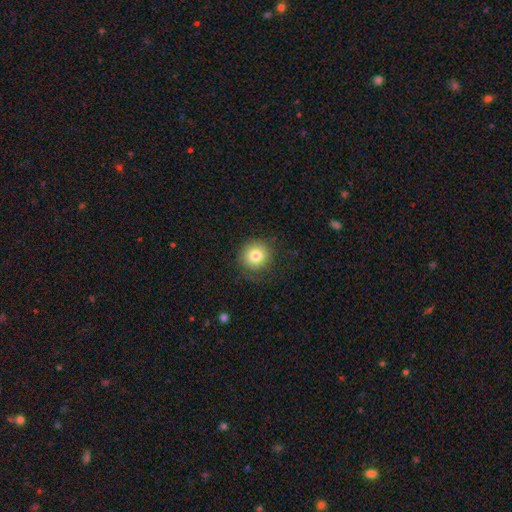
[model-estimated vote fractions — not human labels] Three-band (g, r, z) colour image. It shows a smooth galaxy with no disk features (80%) that is round (93%). Merging: none (83%).